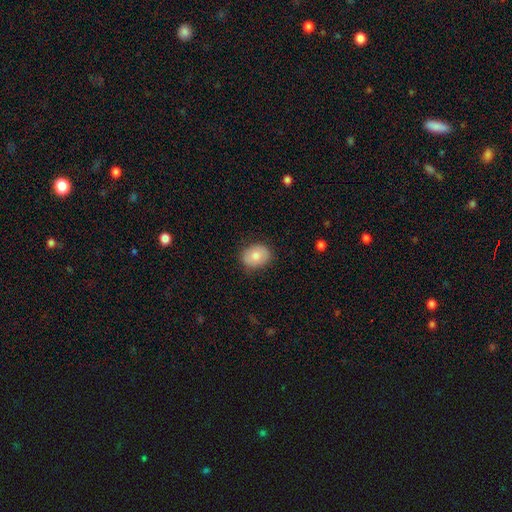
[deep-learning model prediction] A smooth galaxy with no disk features (78%) that is in between round and cigar-shaped (56%).

Vote fractions:
- Smooth or featured? smooth: 78% / featured or disk: 15% / star or artifact: 7%
- How rounded? in between: 56% / round: 43% / cigar-shaped: 1%
- Merging? none: 83% / minor disturbance: 13% / major disturbance: 3% / merger: 1%